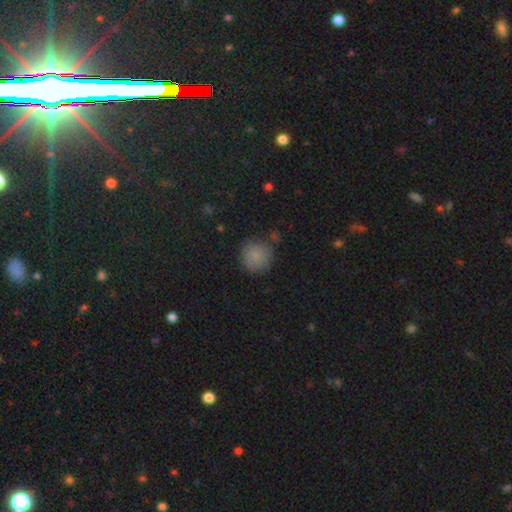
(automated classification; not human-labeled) smooth_or_featured: smooth (p=0.83) [alt: star or artifact p=0.11]
how_rounded: round (p=0.92) [alt: in between p=0.07]
merging: none (p=0.78) [alt: minor disturbance p=0.15]